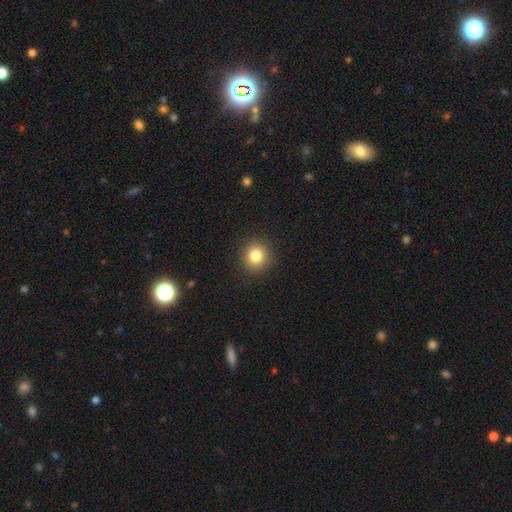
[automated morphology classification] smooth 83%, star or artifact 11%, featured or disk 6%. Down the decision tree: how rounded — round (90%); merging — none (91%).